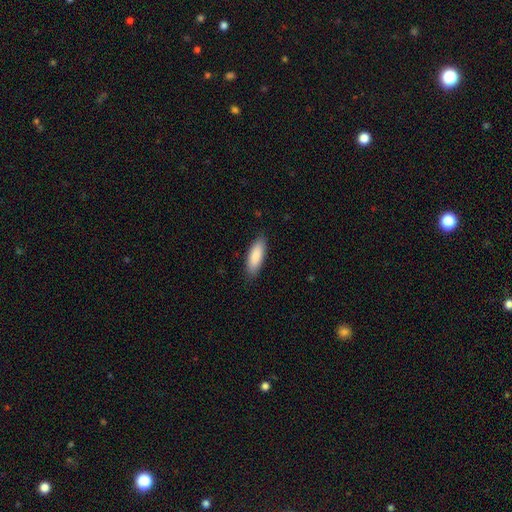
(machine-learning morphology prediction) smooth-or-featured: smooth: 89% | star or artifact: 6% | featured or disk: 6%
  how-rounded: in between: 66% | cigar-shaped: 33% | round: 1%
  merging: none: 86% | minor disturbance: 11% | major disturbance: 2% | merger: 1%